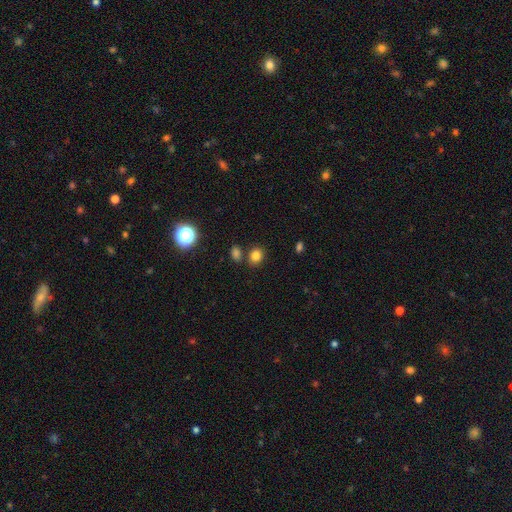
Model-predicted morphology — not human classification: smooth-or-featured: smooth: 81% | star or artifact: 14% | featured or disk: 5%
  how-rounded: round: 58% | in between: 41% | cigar-shaped: 1%
  merging: none: 75% | merger: 12% | minor disturbance: 10% | major disturbance: 3%